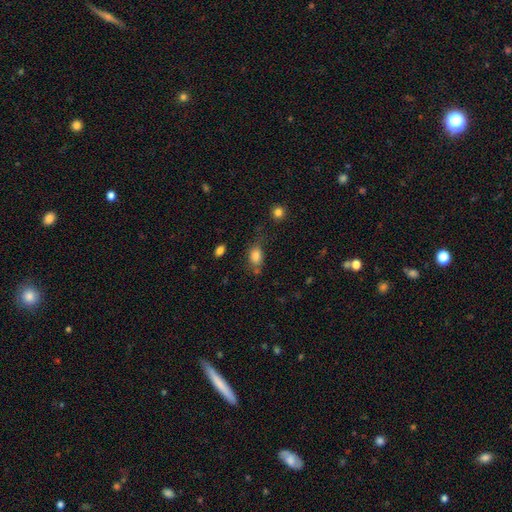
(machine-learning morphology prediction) smooth_or_featured: smooth (p=0.82) [alt: star or artifact p=0.10]
how_rounded: in between (p=0.79) [alt: round p=0.19]
merging: none (p=0.58) [alt: minor disturbance p=0.24]